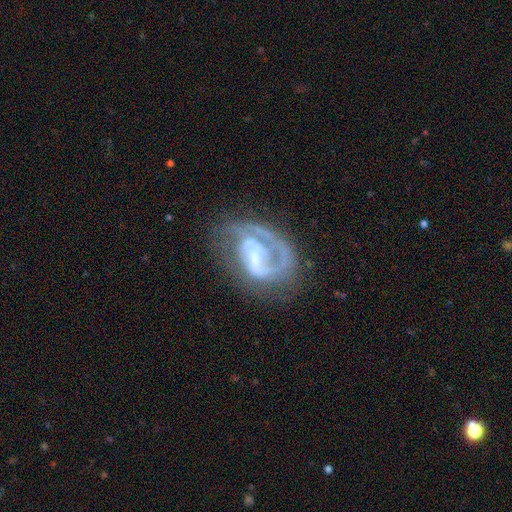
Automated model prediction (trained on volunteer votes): The model was most divided on "spiral winding": medium: 41%, tight: 38%, loose: 21%. Remaining: edge-on disk — no (98%); spiral arms — yes (85%); smooth or featured — featured or disk (82%); spiral arm count — 1 (53%); merging — none (47%); bar — weak (46%); bulge size — small (44%).